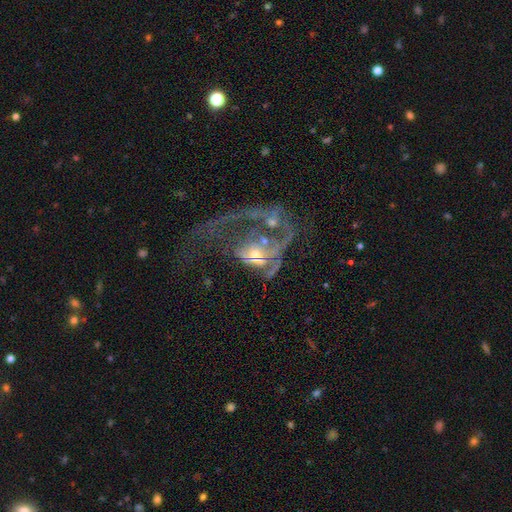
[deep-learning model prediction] Morphology: type=featured or disk (70%); edge-on=no (96%); bar=no (76%); spiral arms=yes (52%); bulge=moderate (56%); merging=major disturbance (49%).